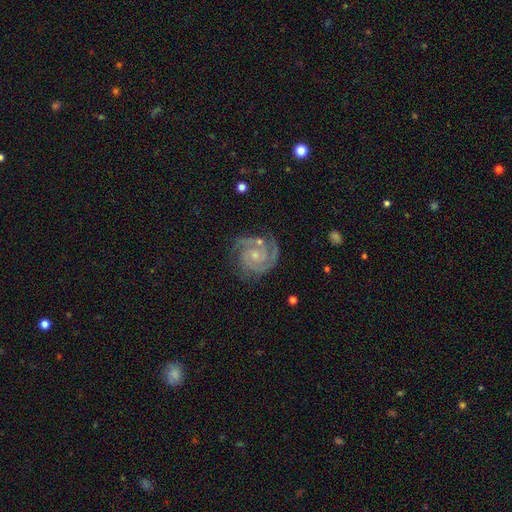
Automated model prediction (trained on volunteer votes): Smooth or featured? Predicted: featured or disk (p=0.91). Edge-on disk? Predicted: no (p=0.98). Bar? Predicted: no (p=0.68). Spiral arms? Predicted: yes (p=0.99). Spiral winding? Predicted: tight (p=0.71). Spiral arm count? Predicted: 2 (p=0.62). Bulge size? Predicted: small (p=0.69). Merging? Predicted: none (p=0.75).